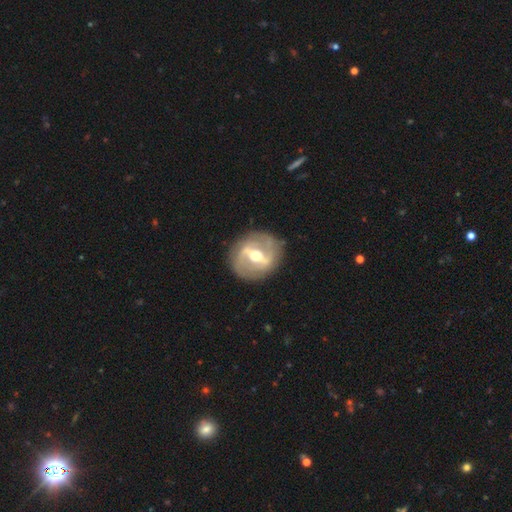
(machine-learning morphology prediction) smooth_or_featured: featured or disk (p=0.83) [alt: smooth p=0.12]
disk_edge_on: no (p=0.90) [alt: yes p=0.10]
bar: strong (p=0.72) [alt: weak p=0.22]
has_spiral_arms: yes (p=0.68) [alt: no p=0.32]
spiral_winding: medium (p=0.38) [alt: tight p=0.35]
spiral_arm_count: 2 (p=0.78) [alt: can't tell p=0.13]
bulge_size: moderate (p=0.74) [alt: small p=0.14]
merging: none (p=0.84) [alt: minor disturbance p=0.10]